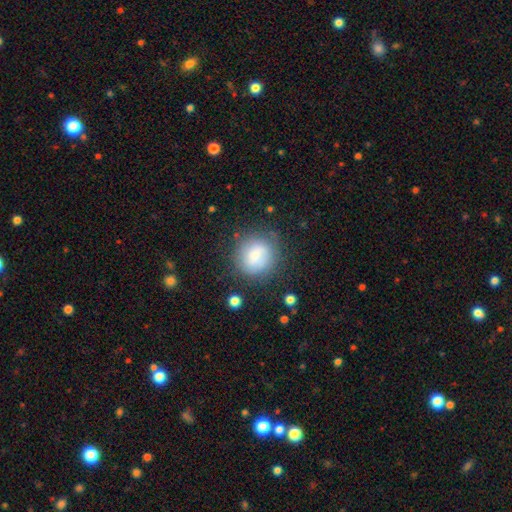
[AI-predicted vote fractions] A smooth galaxy with no disk features (73%) that is round (86%).

Vote fractions:
- Smooth or featured? smooth: 73% / featured or disk: 18% / star or artifact: 9%
- How rounded? round: 86% / in between: 13% / cigar-shaped: 1%
- Merging? none: 72% / minor disturbance: 17% / major disturbance: 8% / merger: 3%